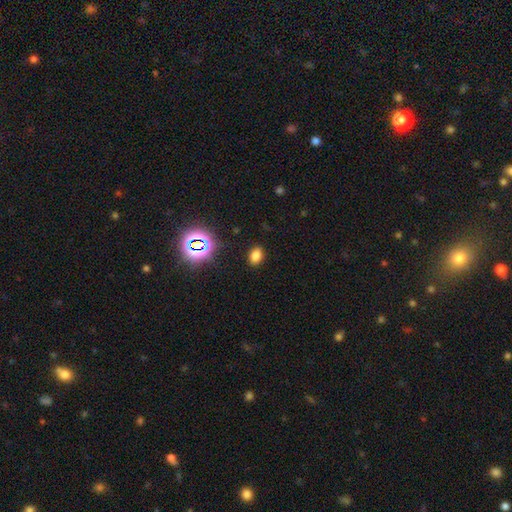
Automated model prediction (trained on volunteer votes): smooth 74%, star or artifact 20%, featured or disk 6%. Down the decision tree: how rounded — in between (80%); merging — none (87%).